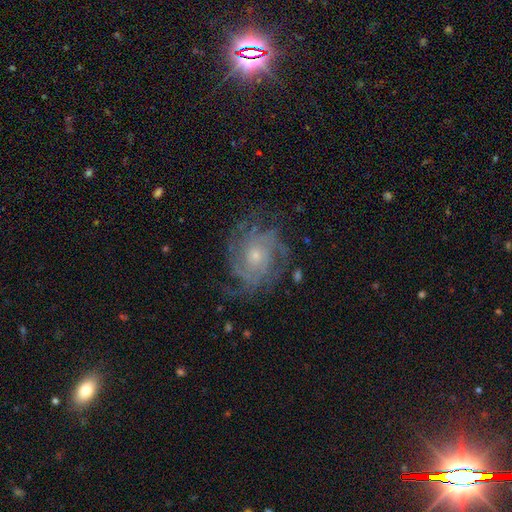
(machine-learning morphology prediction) smooth-or-featured: featured or disk: 82% | smooth: 9% | star or artifact: 9%
  disk-edge-on: no: 97% | yes: 3%
    bar: no: 79% | weak: 18% | strong: 3%
    has-spiral-arms: yes: 94% | no: 6%
      spiral-winding: tight: 57% | medium: 33% | loose: 10%
      spiral-arm-count: can't tell: 32% | 4: 21% | 3: 19% | 2: 13% | more than 4: 9% | 1: 7%
    bulge-size: small: 59% | moderate: 35% | large: 2% | none: 2% | dominant: 1%
  merging: none: 72% | minor disturbance: 17% | major disturbance: 10% | merger: 1%